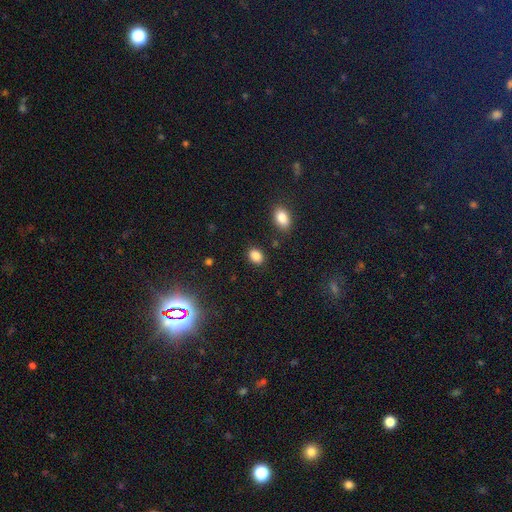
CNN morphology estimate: A smooth galaxy with no disk features (86%) that is in between round and cigar-shaped (69%). Merging: none (85%).